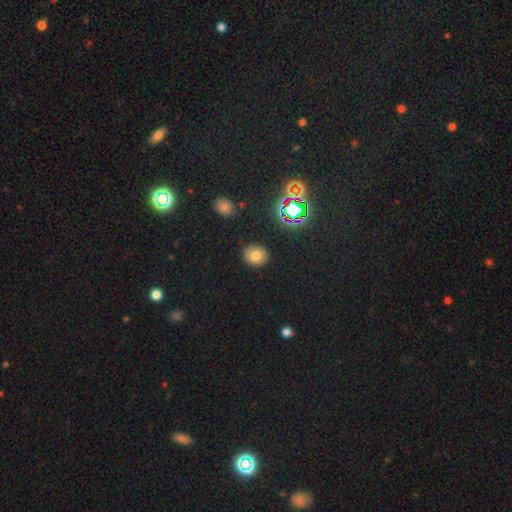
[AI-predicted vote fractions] Smooth or featured: smooth — 73% (star or artifact — 17%)
How rounded: round — 81% (in between — 18%)
Merging: none — 88% (minor disturbance — 8%)